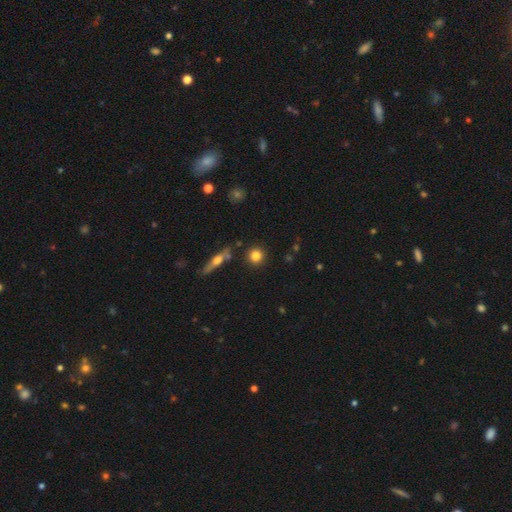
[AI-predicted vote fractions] Q: Smooth or featured?
A: smooth (82%); runner-up: star or artifact (9%)
Q: How rounded?
A: round (92%); runner-up: in between (6%)
Q: Merging?
A: none (87%); runner-up: minor disturbance (7%)